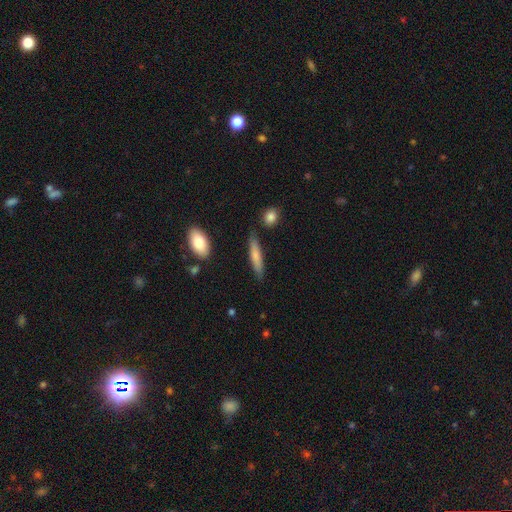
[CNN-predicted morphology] smooth-or-featured: smooth: 73% | featured or disk: 21% | star or artifact: 6%
  how-rounded: cigar-shaped: 84% | in between: 14% | round: 2%
  merging: none: 81% | minor disturbance: 13% | merger: 3% | major disturbance: 3%